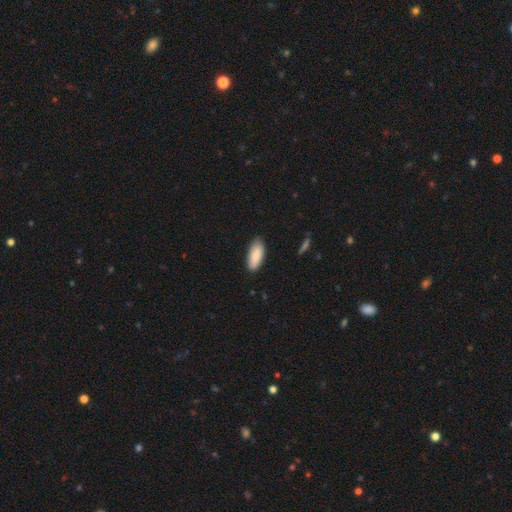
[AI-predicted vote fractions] A smooth galaxy with no disk features (85%) that is in between round and cigar-shaped (83%).

Vote fractions:
- Smooth or featured? smooth: 85% / featured or disk: 9% / star or artifact: 6%
- How rounded? in between: 83% / cigar-shaped: 15% / round: 2%
- Merging? none: 82% / minor disturbance: 14% / major disturbance: 2% / merger: 1%